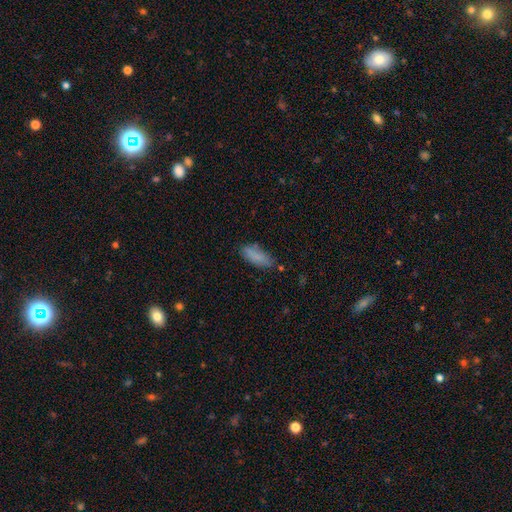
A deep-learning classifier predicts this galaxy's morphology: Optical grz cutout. It shows a smooth galaxy with no disk features (84%) that is in between round and cigar-shaped (70%). Merging: none (74%).